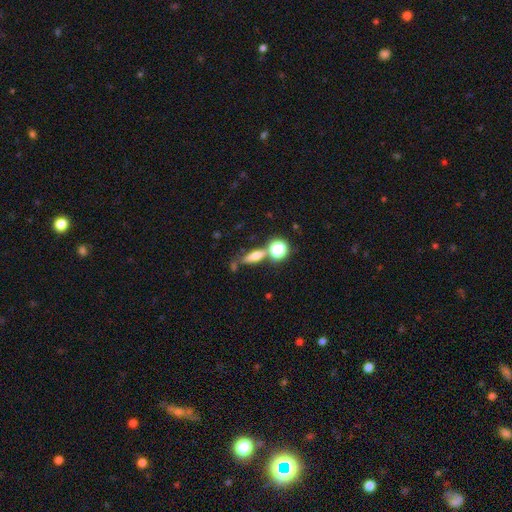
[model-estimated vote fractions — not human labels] The model was most divided on "how rounded": cigar-shaped: 43%, in between: 41%, round: 16%. More confident: merging — none (63%); smooth or featured — smooth (60%).